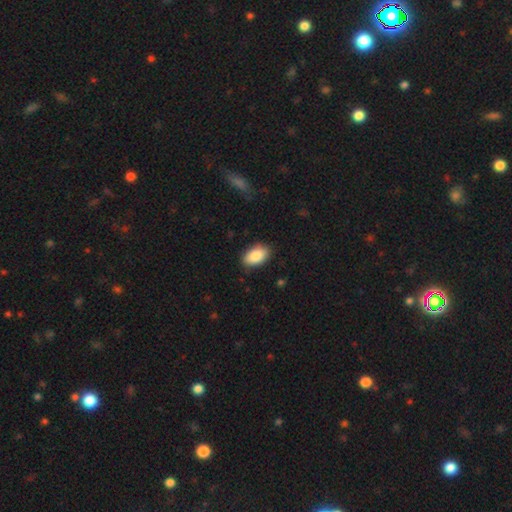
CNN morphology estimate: A smooth galaxy with no disk features (88%) that is in between round and cigar-shaped (93%). Merging: none (86%).